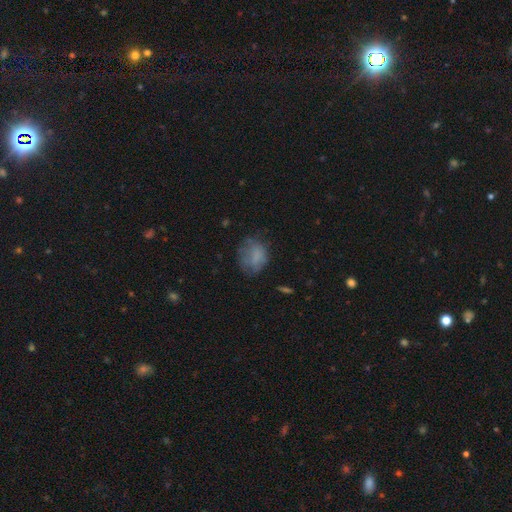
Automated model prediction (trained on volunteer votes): This is likely a smooth galaxy (70%). How rounded: possibly round (52%). Merging: possibly none (54%).